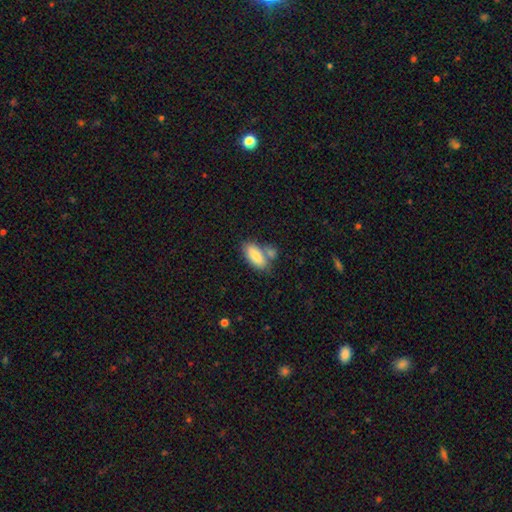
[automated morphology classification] This is clearly a smooth galaxy (82%). How rounded: clearly in between (84%). Merging: possibly none (52%).